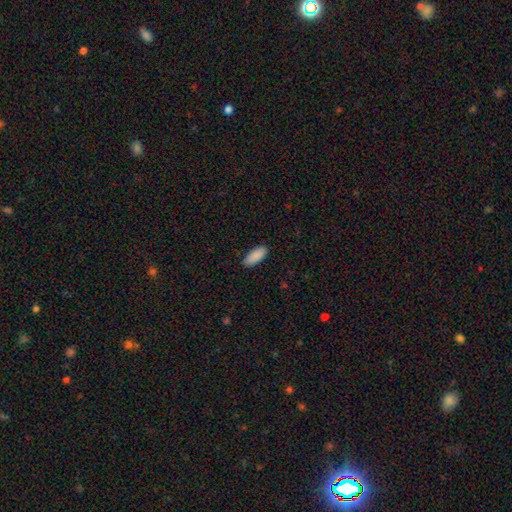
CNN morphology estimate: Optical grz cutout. It shows a smooth galaxy with no disk features (91%) that is in between round and cigar-shaped (83%). Merging: none (88%).